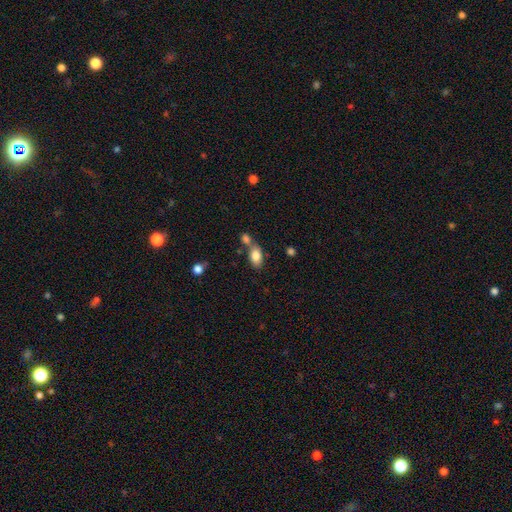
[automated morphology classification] Overall: smooth (83%). How rounded: in between (89%). Merging: none (49%; merger 35%).